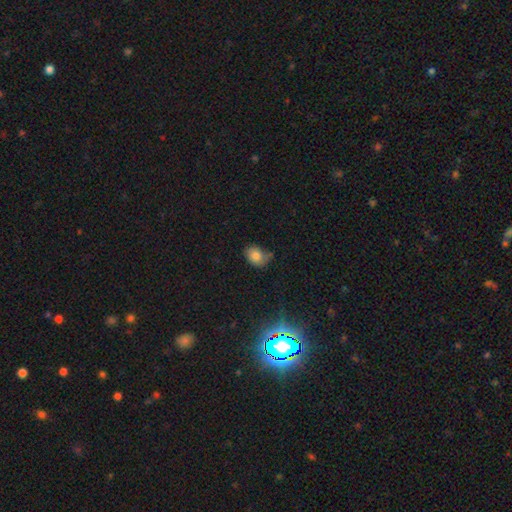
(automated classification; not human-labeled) Q: Smooth or featured?
A: smooth (76%); runner-up: featured or disk (13%)
Q: How rounded?
A: in between (59%); runner-up: round (40%)
Q: Merging?
A: none (50%); runner-up: minor disturbance (36%)